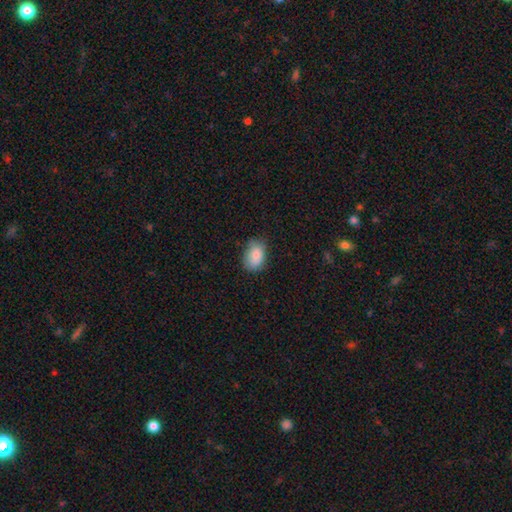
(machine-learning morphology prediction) Smooth or featured?
  - smooth: 85% *
  - star or artifact: 8%
  - featured or disk: 7%
How rounded?
  - in between: 84% *
  - round: 15%
  - cigar-shaped: 1%
Merging?
  - none: 68% *
  - minor disturbance: 25%
  - major disturbance: 5%
  - merger: 1%